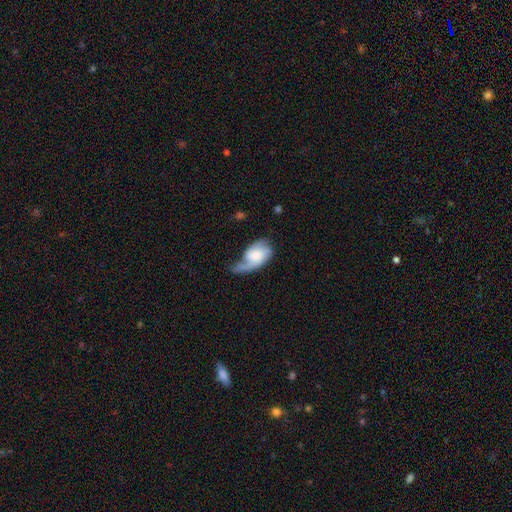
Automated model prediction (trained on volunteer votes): Q: Smooth or featured?
A: featured or disk (66%); runner-up: smooth (28%)
Q: Edge-on disk?
A: no (96%); runner-up: yes (4%)
Q: Bar?
A: no (58%); runner-up: weak (34%)
Q: Spiral arms?
A: yes (91%); runner-up: no (9%)
Q: Spiral winding?
A: medium (39%); tied with: loose (39%)
Q: Spiral arm count?
A: 2 (45%); runner-up: 1 (39%)
Q: Bulge size?
A: moderate (38%); runner-up: small (29%)
Q: Merging?
A: major disturbance (33%); runner-up: none (32%)